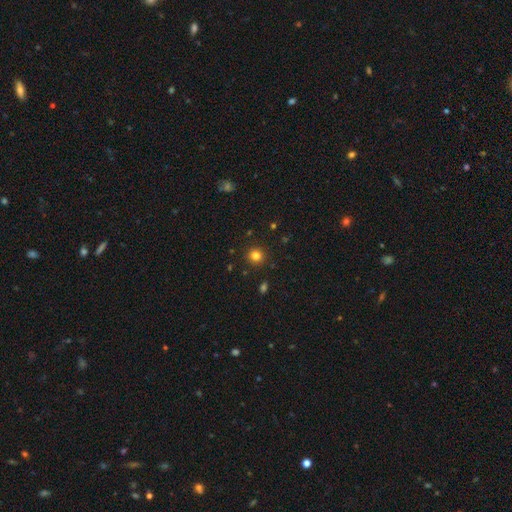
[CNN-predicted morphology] Smooth or featured? smooth (81%)
How rounded? round (91%)
Merging? none (91%)